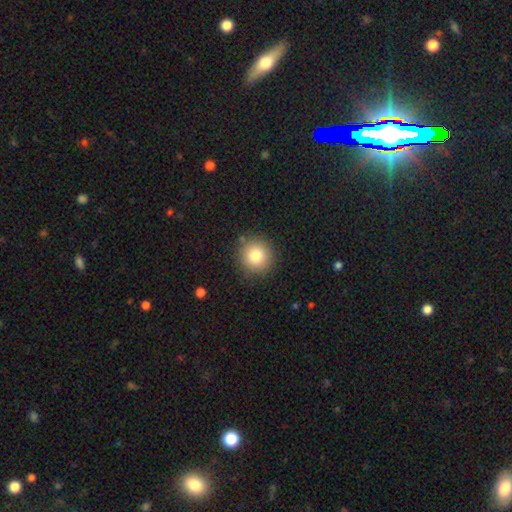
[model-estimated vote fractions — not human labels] smooth 81%, star or artifact 10%, featured or disk 9%. Down the decision tree: how rounded — round (93%); merging — none (86%).